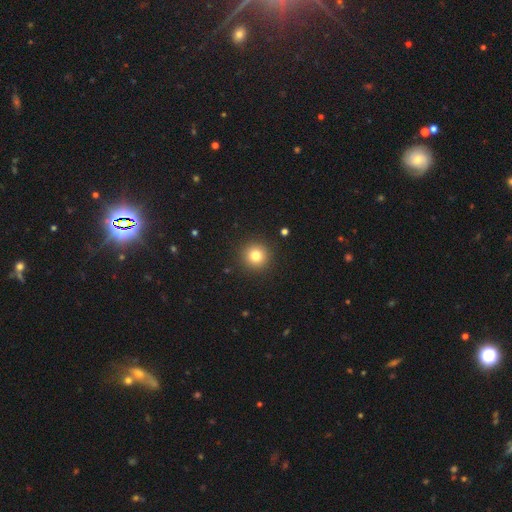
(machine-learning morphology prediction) A smooth galaxy with no disk features (81%) that is round (95%).

Vote fractions:
- Smooth or featured? smooth: 81% / star or artifact: 12% / featured or disk: 7%
- How rounded? round: 95% / in between: 4% / cigar-shaped: 1%
- Merging? none: 92% / minor disturbance: 5% / major disturbance: 2% / merger: 1%